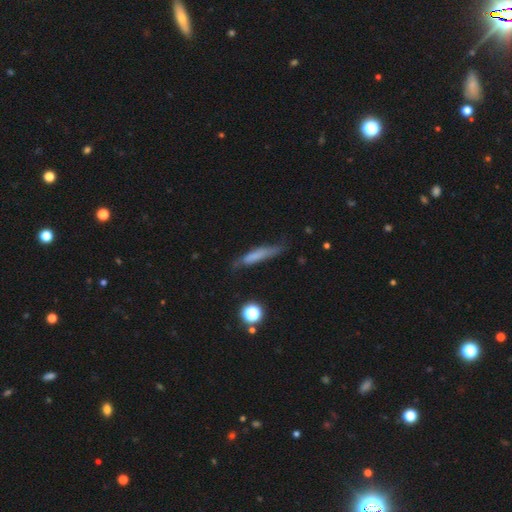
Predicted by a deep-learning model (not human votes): smooth-or-featured: smooth: 61% | featured or disk: 29% | star or artifact: 10%
  how-rounded: cigar-shaped: 85% | in between: 13% | round: 3%
  merging: none: 59% | minor disturbance: 28% | major disturbance: 10% | merger: 3%